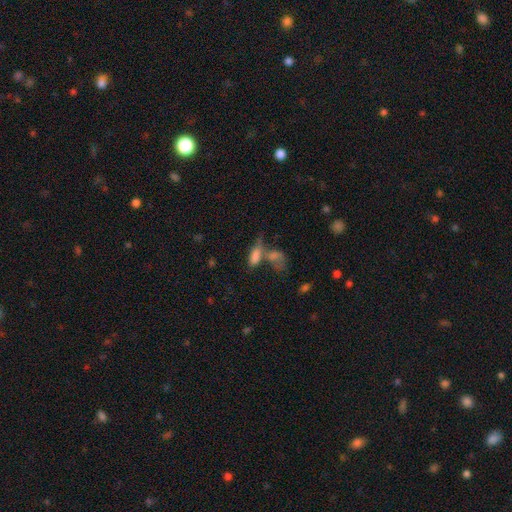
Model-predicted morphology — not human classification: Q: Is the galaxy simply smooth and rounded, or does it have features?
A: smooth — 74%.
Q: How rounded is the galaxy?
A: in between — 79%.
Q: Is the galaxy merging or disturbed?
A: merger — 56%.